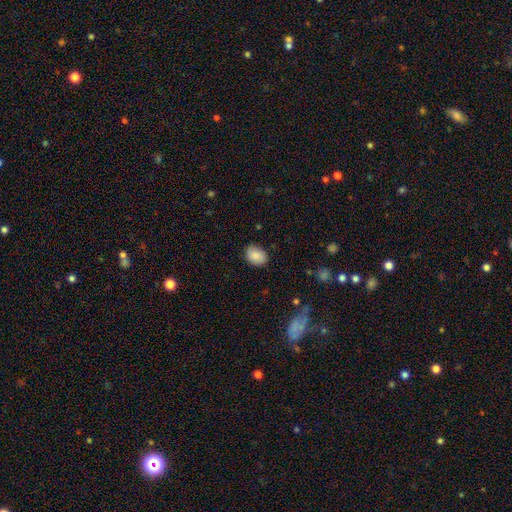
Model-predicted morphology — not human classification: smooth_or_featured: smooth (p=0.86) [alt: star or artifact p=0.07]
how_rounded: in between (p=0.70) [alt: round p=0.29]
merging: none (p=0.82) [alt: minor disturbance p=0.14]